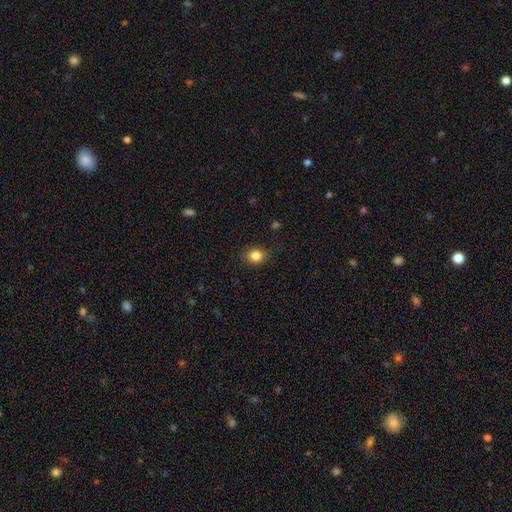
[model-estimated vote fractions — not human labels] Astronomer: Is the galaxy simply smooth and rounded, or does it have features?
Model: smooth — 84%.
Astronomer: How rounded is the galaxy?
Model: round — 68%.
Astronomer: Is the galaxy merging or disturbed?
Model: none — 87%.